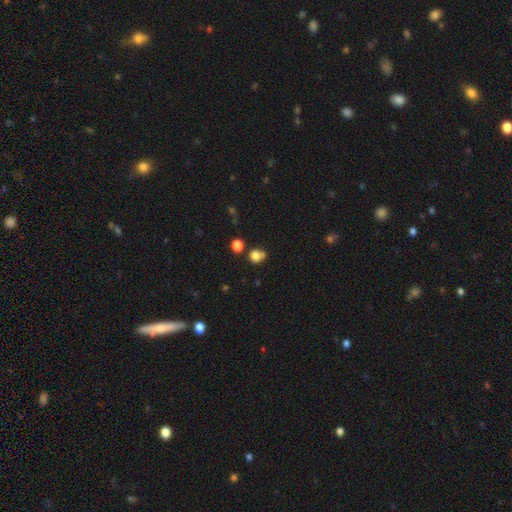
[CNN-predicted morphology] Q: Smooth or featured?
A: smooth (79%); runner-up: star or artifact (14%)
Q: How rounded?
A: round (80%); runner-up: in between (19%)
Q: Merging?
A: none (59%); runner-up: merger (22%)